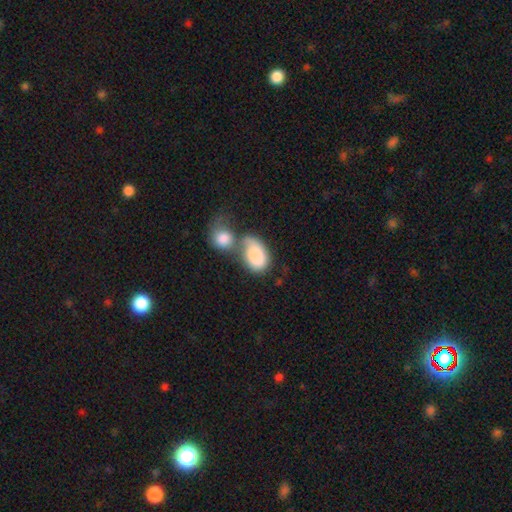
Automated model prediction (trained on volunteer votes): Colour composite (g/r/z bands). It shows a smooth galaxy with no disk features (83%) that is in between round and cigar-shaped (87%). Merging: merger (62%).